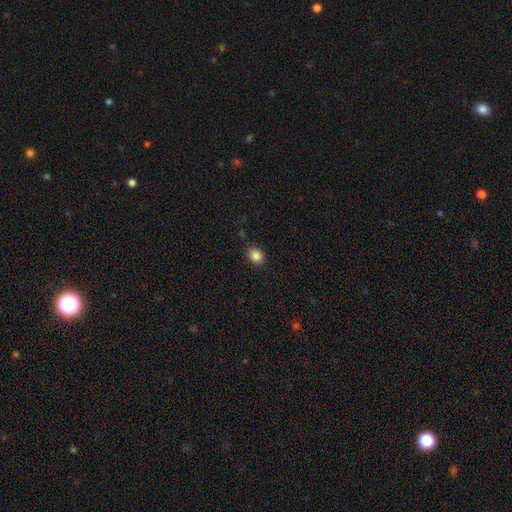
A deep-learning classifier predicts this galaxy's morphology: The model was most divided on "how rounded": round: 71%, in between: 28%, cigar-shaped: 1%. More confident: merging — none (86%); smooth or featured — smooth (85%).